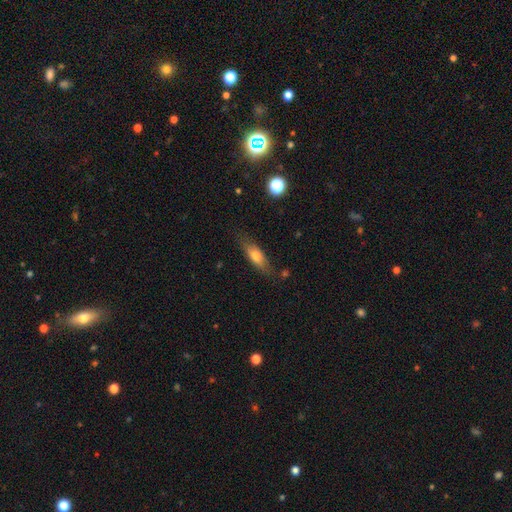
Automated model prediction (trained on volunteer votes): smooth-or-featured: smooth: 65% | featured or disk: 28% | star or artifact: 7%
  how-rounded: in between: 56% | cigar-shaped: 41% | round: 3%
  merging: none: 75% | minor disturbance: 18% | major disturbance: 4% | merger: 3%